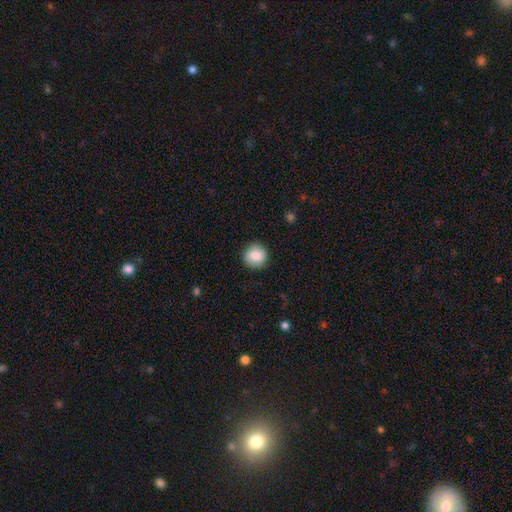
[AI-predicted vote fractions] The model was most divided on "smooth or featured": smooth: 85%, star or artifact: 8%, featured or disk: 7%. More confident: how rounded — round (94%); merging — none (89%).